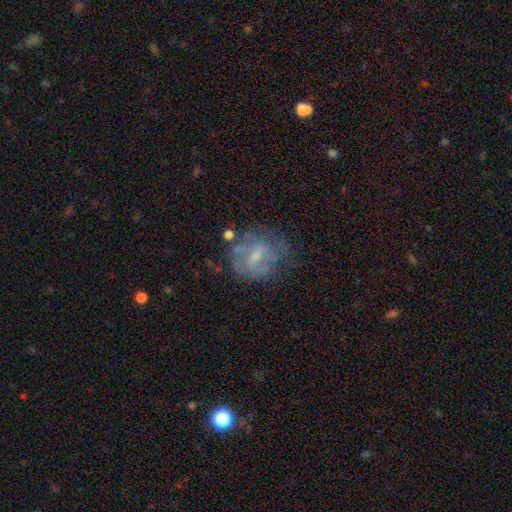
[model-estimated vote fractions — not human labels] Smooth or featured? Predicted: featured or disk (p=0.55). Edge-on disk? Predicted: no (p=0.96). Bar? Predicted: weak (p=0.49). Spiral arms? Predicted: yes (p=0.52). Bulge size? Predicted: small (p=0.44). Merging? Predicted: none (p=0.57).